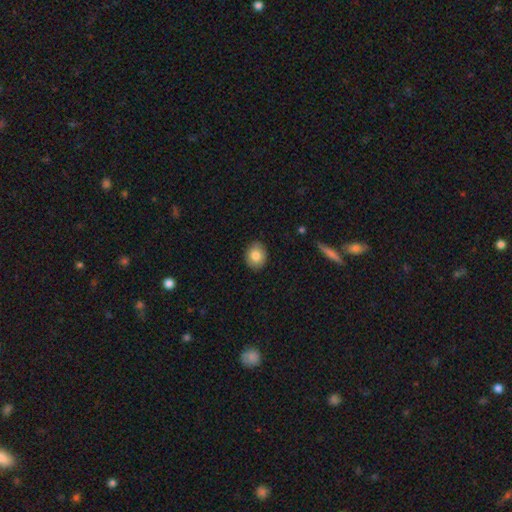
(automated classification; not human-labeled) smooth 82%, featured or disk 9%, star or artifact 8%. Down the decision tree: how rounded — round (63%); merging — none (90%).